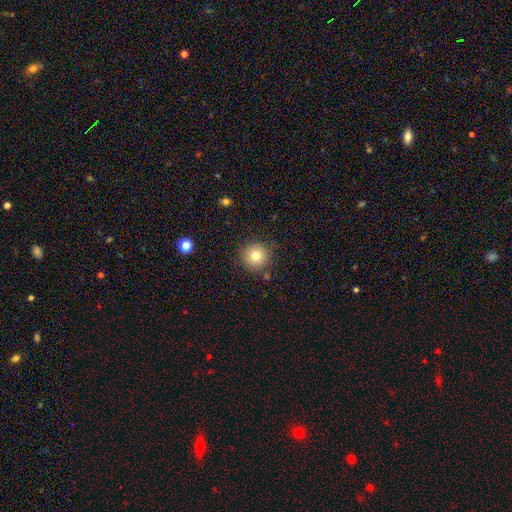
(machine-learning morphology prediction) This appears to be a smooth galaxy with no disk features (80%) that is round (95%). Merging: none (87%).